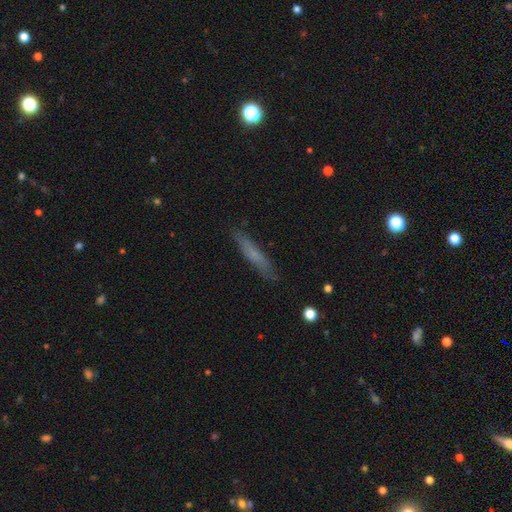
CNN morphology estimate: Smooth or featured? smooth (63%)
How rounded? cigar-shaped (91%)
Merging? none (86%)